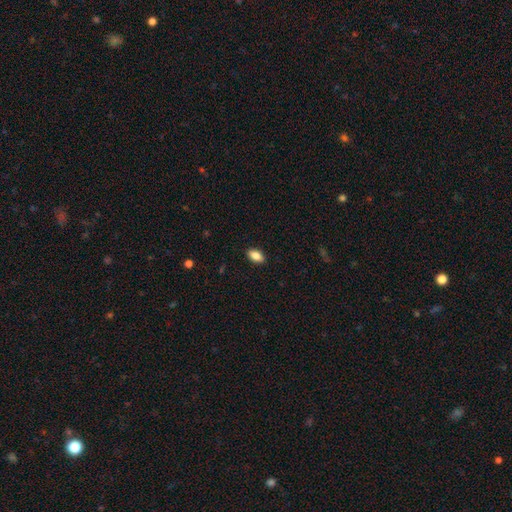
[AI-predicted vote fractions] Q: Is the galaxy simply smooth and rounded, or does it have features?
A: smooth — 85%.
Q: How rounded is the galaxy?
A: in between — 92%.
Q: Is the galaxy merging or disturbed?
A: none — 89%.